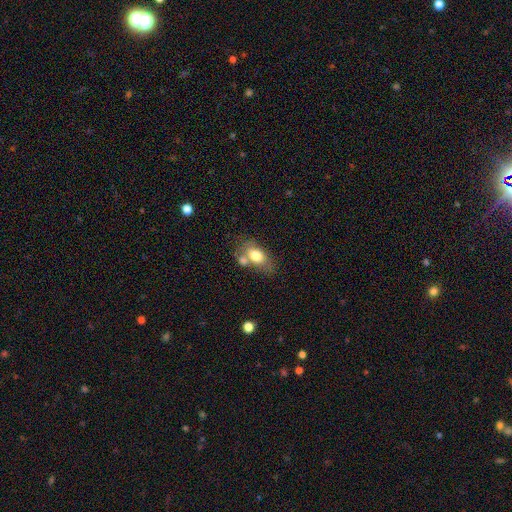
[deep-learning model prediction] Smooth or featured? Predicted: smooth (p=0.73). How rounded? Predicted: in between (p=0.84). Merging? Predicted: none (p=0.42).